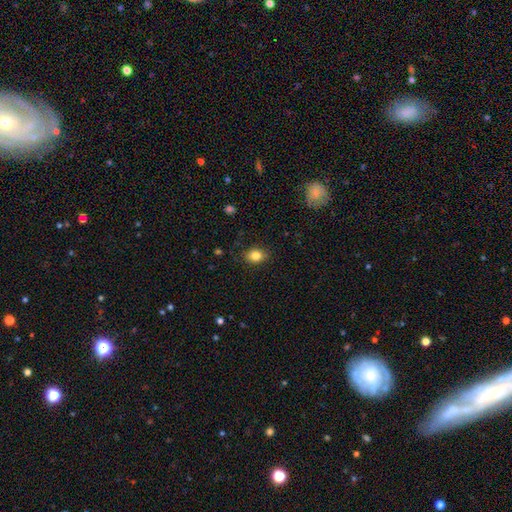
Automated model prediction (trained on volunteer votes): Morphology: type=smooth (83%); roundness=in between (54%); merging=none (84%).